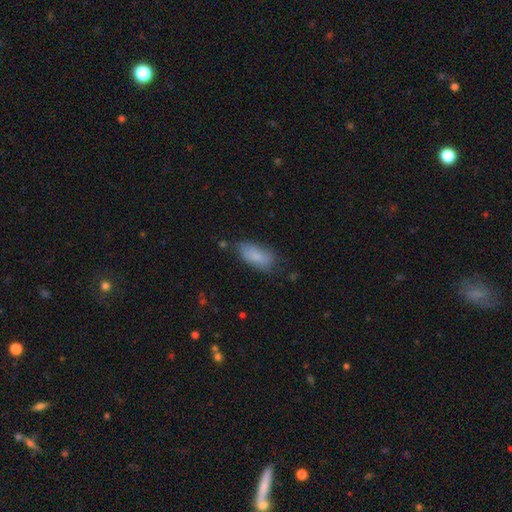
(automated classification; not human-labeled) smooth_or_featured: smooth (p=0.83) [alt: featured or disk p=0.10]
how_rounded: in between (p=0.87) [alt: cigar-shaped p=0.10]
merging: none (p=0.67) [alt: minor disturbance p=0.25]